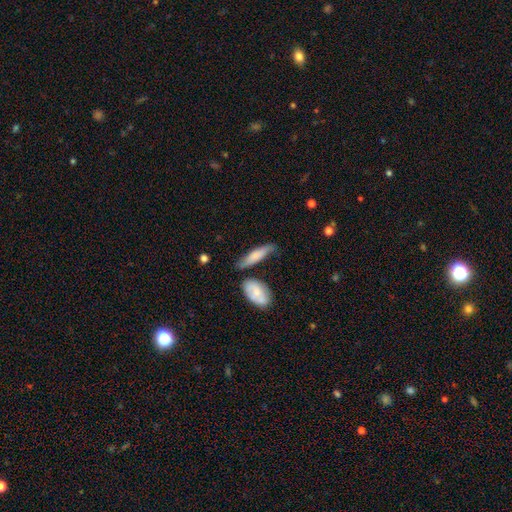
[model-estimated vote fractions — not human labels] A smooth galaxy with no disk features (63%) that is cigar-shaped (68%).

Vote fractions:
- Smooth or featured? smooth: 63% / featured or disk: 31% / star or artifact: 6%
- How rounded? cigar-shaped: 68% / in between: 29% / round: 3%
- Merging? none: 58% / minor disturbance: 26% / merger: 9% / major disturbance: 7%